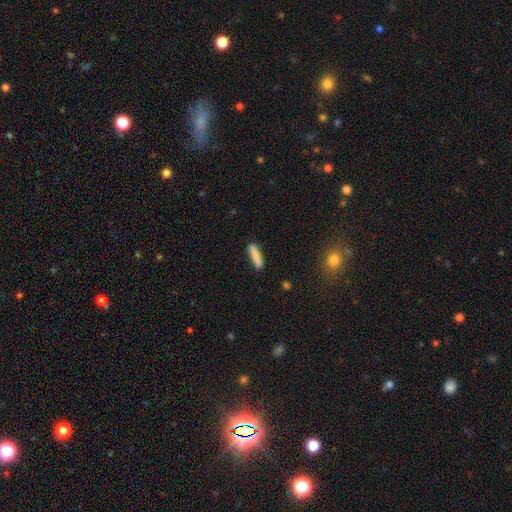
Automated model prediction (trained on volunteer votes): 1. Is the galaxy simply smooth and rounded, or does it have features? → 84% smooth, 9% featured or disk, 6% star or artifact.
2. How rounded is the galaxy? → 80% cigar-shaped, 19% in between, 2% round.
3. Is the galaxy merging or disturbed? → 85% none, 10% minor disturbance, 2% major disturbance, 2% merger.